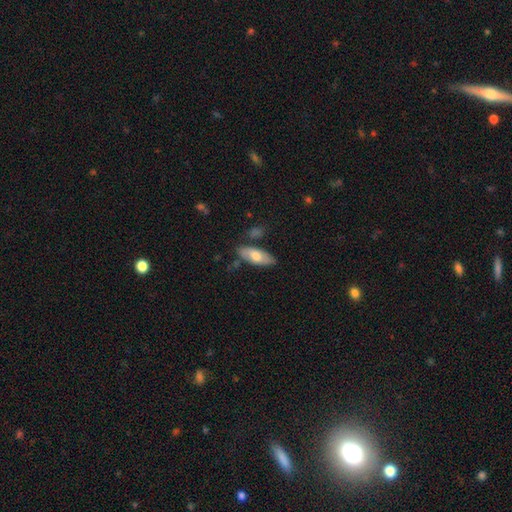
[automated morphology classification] This appears to be a smooth galaxy with no disk features (65%) that is in between round and cigar-shaped (79%). Merging: none (74%).